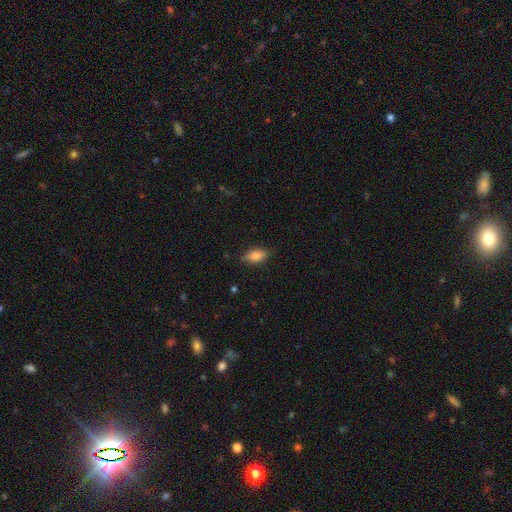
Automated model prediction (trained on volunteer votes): The model was most divided on "merging": none: 80%, minor disturbance: 16%, major disturbance: 3%, merger: 1%. More confident: how rounded — in between (87%); smooth or featured — smooth (79%).